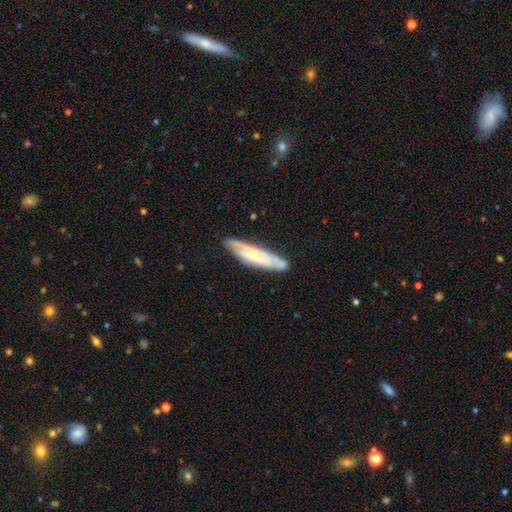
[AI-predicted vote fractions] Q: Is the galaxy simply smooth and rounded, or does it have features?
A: featured or disk — 56%.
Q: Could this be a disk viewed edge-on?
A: no — 54%.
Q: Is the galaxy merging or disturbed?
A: none — 73%.